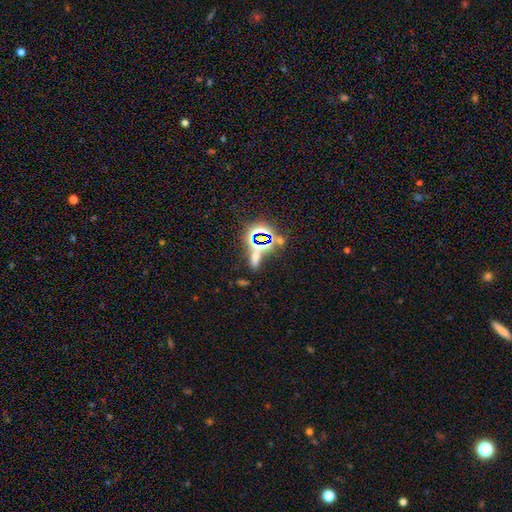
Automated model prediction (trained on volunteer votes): A star or artifact, not a galaxy (54%).